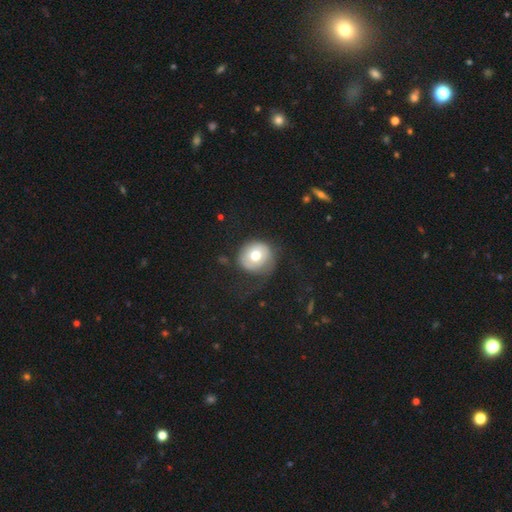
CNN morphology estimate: type=smooth (60%); roundness=round (88%); merging=none (54%).